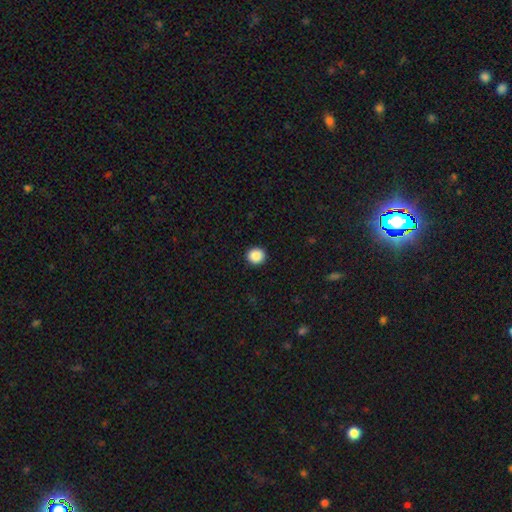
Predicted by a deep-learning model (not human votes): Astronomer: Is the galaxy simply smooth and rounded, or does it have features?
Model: smooth — 88%.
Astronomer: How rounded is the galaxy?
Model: round — 93%.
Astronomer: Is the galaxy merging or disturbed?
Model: none — 93%.